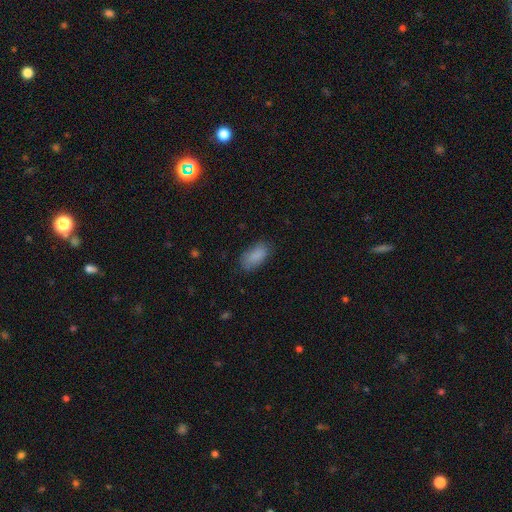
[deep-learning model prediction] The model was most divided on "merging": none: 75%, minor disturbance: 19%, major disturbance: 5%, merger: 1%. More confident: how rounded — in between (93%); smooth or featured — smooth (86%).